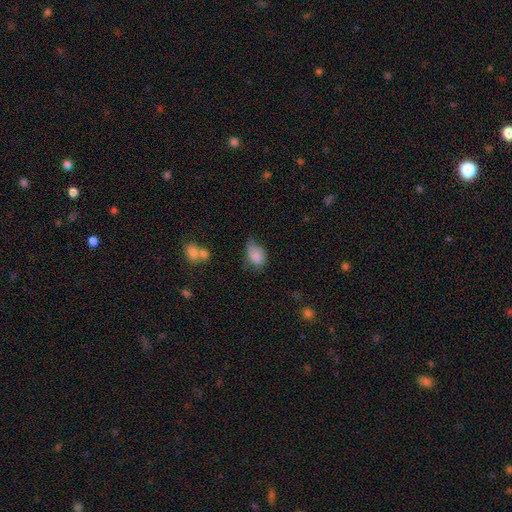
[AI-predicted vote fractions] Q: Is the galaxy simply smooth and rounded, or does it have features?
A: smooth — 78%.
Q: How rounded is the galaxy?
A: in between — 77%.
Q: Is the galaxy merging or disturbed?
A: minor disturbance — 42%.